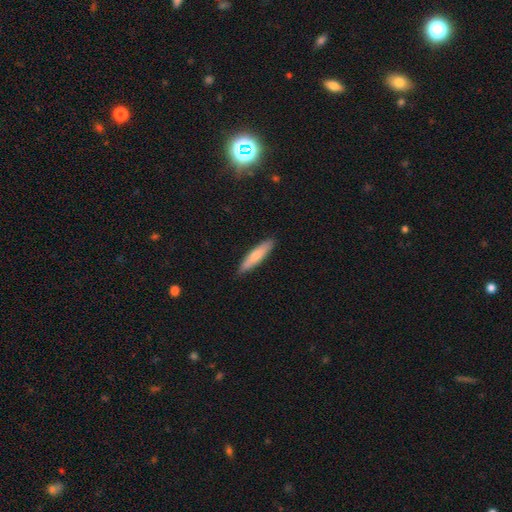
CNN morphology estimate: Overall: smooth (75%). How rounded: cigar-shaped (84%). Merging: none (89%).